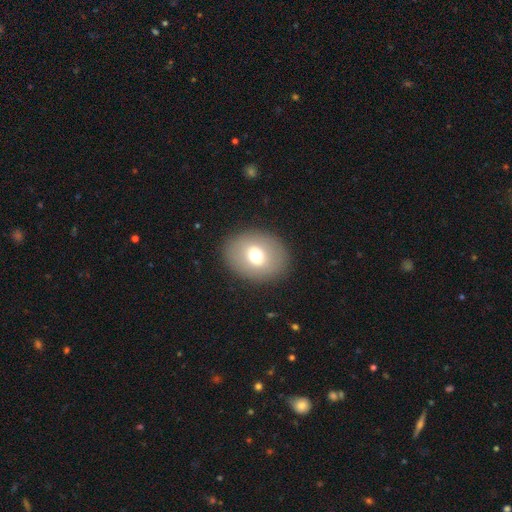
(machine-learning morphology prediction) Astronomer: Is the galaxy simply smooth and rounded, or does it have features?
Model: smooth — 67%.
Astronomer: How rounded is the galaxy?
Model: in between — 51% (runner-up: round, 48%).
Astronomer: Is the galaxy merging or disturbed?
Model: none — 88%.